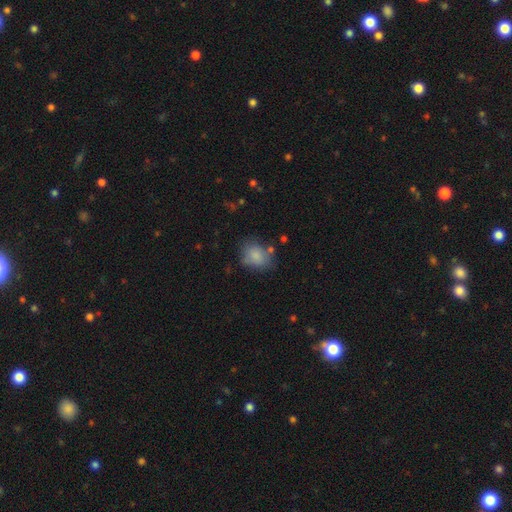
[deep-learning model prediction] smooth-or-featured: smooth: 82% | featured or disk: 9% | star or artifact: 9%
  how-rounded: in between: 50% | round: 49% | cigar-shaped: 1%
  merging: none: 65% | minor disturbance: 21% | major disturbance: 7% | merger: 6%